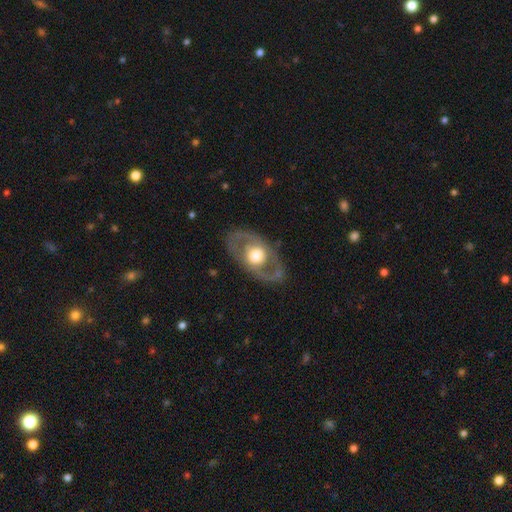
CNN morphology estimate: Smooth or featured?
  - featured or disk: 69% *
  - smooth: 27%
  - star or artifact: 5%
Edge-on disk?
  - no: 90% *
  - yes: 10%
Bar?
  - no: 80% *
  - weak: 15%
  - strong: 5%
Spiral arms?
  - no: 63% *
  - yes: 37%
Bulge size?
  - moderate: 55% *
  - large: 38%
  - small: 4%
  - dominant: 3%
  - none: 1%
Merging?
  - none: 81% *
  - minor disturbance: 12%
  - major disturbance: 7%
  - merger: 1%